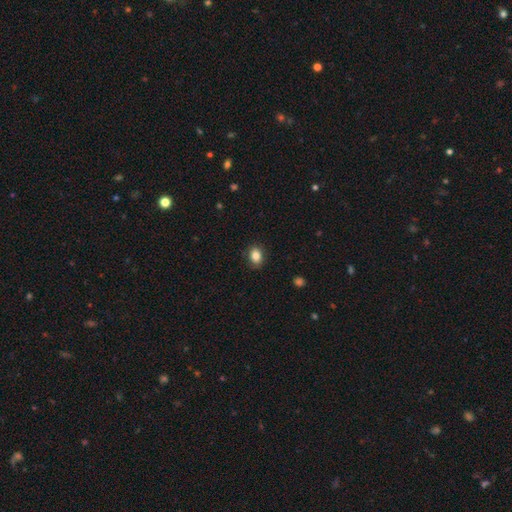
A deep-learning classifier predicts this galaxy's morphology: type=smooth (84%); roundness=in between (65%); merging=none (87%).